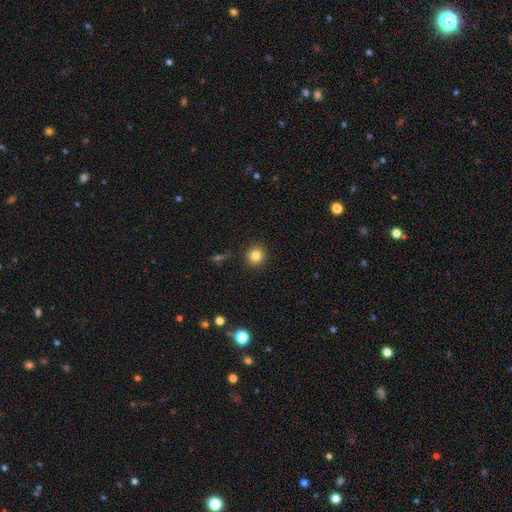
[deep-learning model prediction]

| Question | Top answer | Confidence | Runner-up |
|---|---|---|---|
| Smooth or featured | smooth | 82% | star or artifact (11%) |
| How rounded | round | 88% | in between (11%) |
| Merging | none | 90% | minor disturbance (6%) |